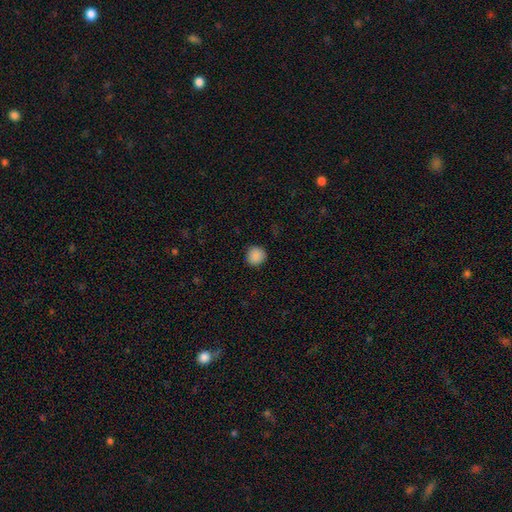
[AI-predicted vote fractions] Smooth or featured? Predicted: smooth (p=0.89). How rounded? Predicted: round (p=0.93). Merging? Predicted: none (p=0.91).